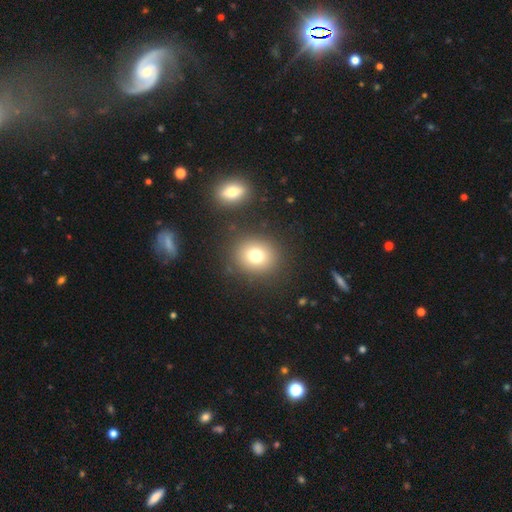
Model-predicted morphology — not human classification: smooth_or_featured: smooth (p=0.75) [alt: star or artifact p=0.14]
how_rounded: round (p=0.76) [alt: in between p=0.24]
merging: none (p=0.85) [alt: minor disturbance p=0.08]